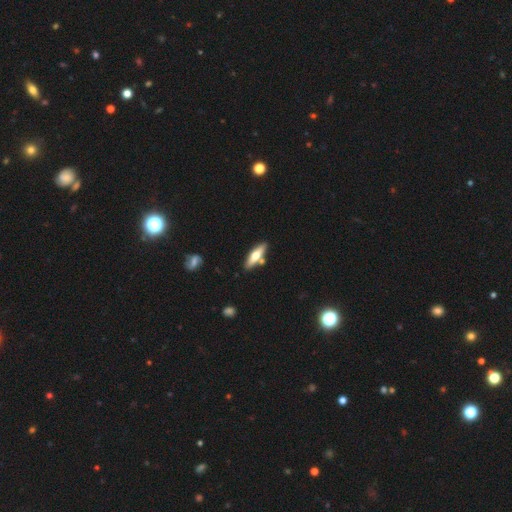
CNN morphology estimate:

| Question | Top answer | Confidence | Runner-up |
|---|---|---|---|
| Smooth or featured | smooth | 50% | featured or disk (44%) |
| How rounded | cigar-shaped | 61% | in between (36%) |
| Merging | none | 77% | minor disturbance (11%) |